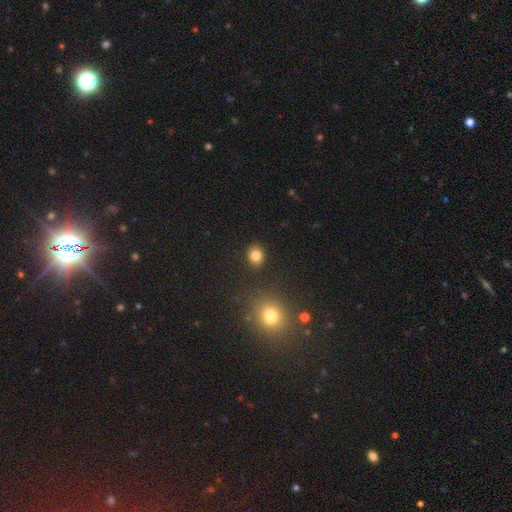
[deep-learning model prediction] Smooth or featured?
  - smooth: 82% *
  - star or artifact: 11%
  - featured or disk: 6%
How rounded?
  - round: 65% *
  - in between: 35%
  - cigar-shaped: 1%
Merging?
  - none: 88% *
  - minor disturbance: 7%
  - merger: 3%
  - major disturbance: 2%